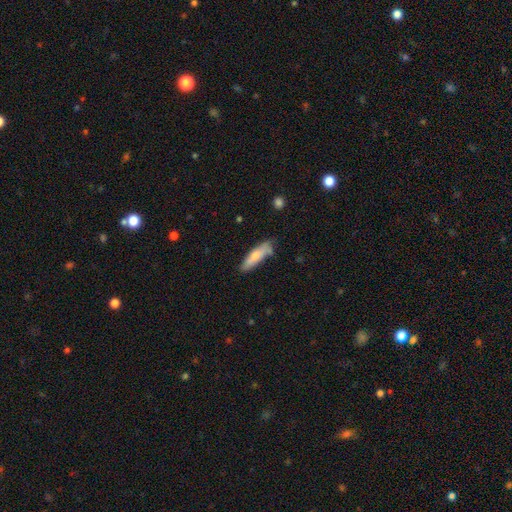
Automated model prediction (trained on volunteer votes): Smooth or featured: smooth — 66% (featured or disk — 28%)
How rounded: cigar-shaped — 62% (in between — 37%)
Merging: none — 59% (minor disturbance — 28%)